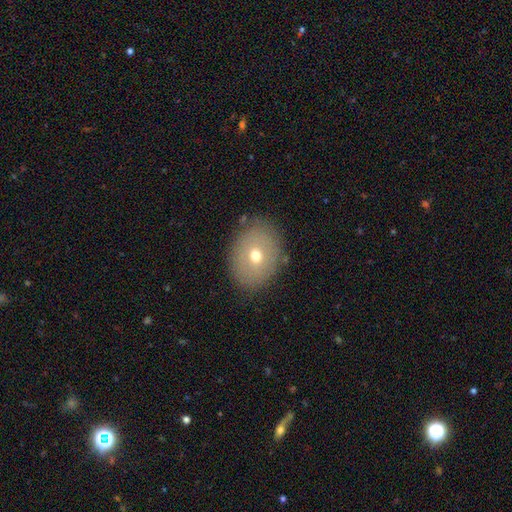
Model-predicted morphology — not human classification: Q: Smooth or featured?
A: smooth (63%); runner-up: featured or disk (27%)
Q: How rounded?
A: in between (53%); runner-up: round (46%)
Q: Merging?
A: none (82%); runner-up: minor disturbance (12%)